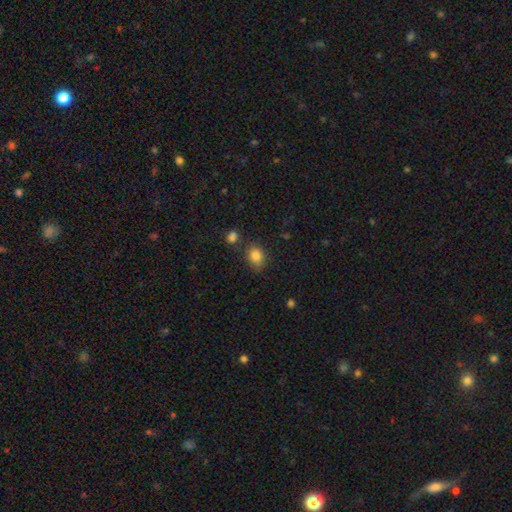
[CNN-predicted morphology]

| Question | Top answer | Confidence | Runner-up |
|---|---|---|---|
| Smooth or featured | smooth | 84% | star or artifact (10%) |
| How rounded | in between | 60% | round (39%) |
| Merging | none | 73% | minor disturbance (16%) |